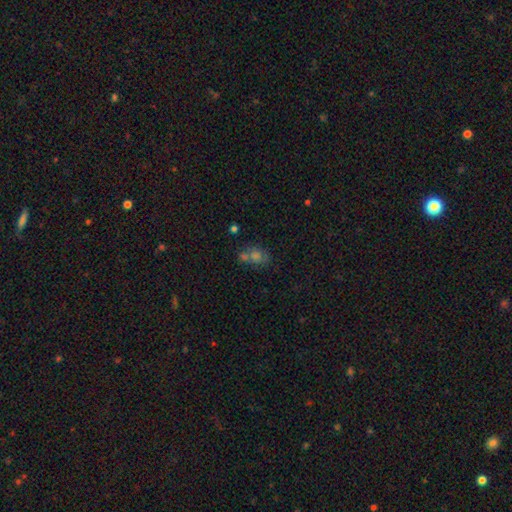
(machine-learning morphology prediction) smooth_or_featured: smooth (p=0.58) [alt: star or artifact p=0.25]
how_rounded: in between (p=0.54) [alt: round p=0.44]
merging: none (p=0.45) [alt: merger p=0.36]